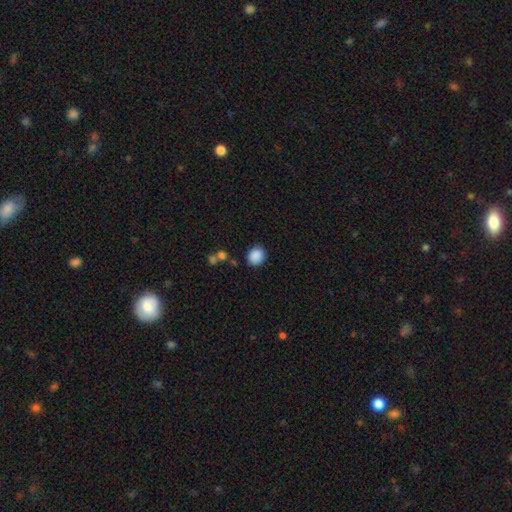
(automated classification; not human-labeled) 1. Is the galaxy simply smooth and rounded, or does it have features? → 88% smooth, 8% star or artifact, 3% featured or disk.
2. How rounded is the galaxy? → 67% round, 32% in between, 1% cigar-shaped.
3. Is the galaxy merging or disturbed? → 82% none, 11% minor disturbance, 3% merger, 3% major disturbance.